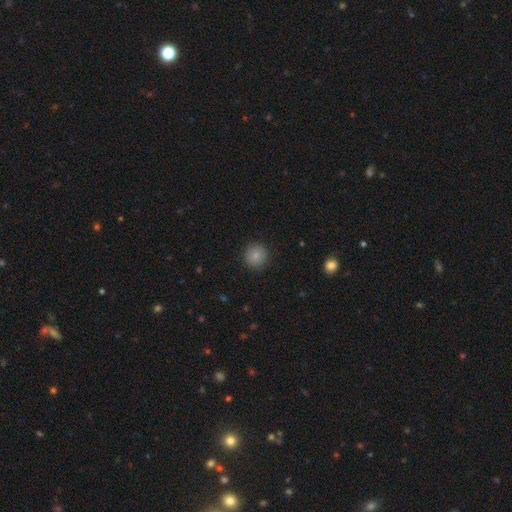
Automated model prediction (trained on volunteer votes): smooth 85%, star or artifact 9%, featured or disk 5%. Down the decision tree: how rounded — round (93%); merging — none (91%).